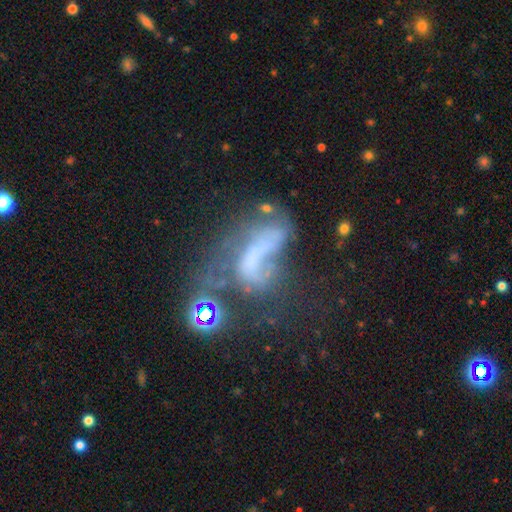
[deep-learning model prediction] Q: Smooth or featured?
A: featured or disk (54%); runner-up: smooth (26%)
Q: Edge-on disk?
A: no (92%); runner-up: yes (8%)
Q: Merging?
A: major disturbance (44%); runner-up: merger (25%)